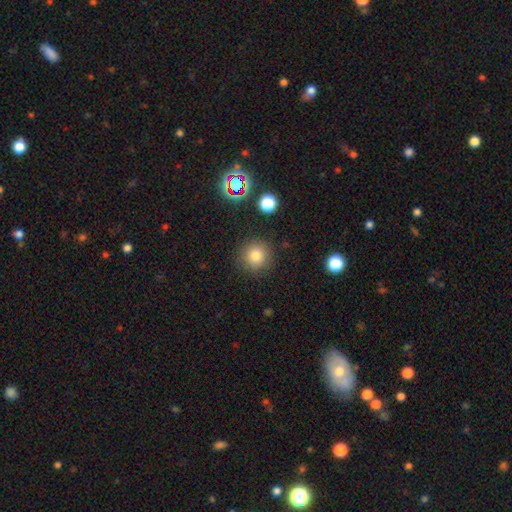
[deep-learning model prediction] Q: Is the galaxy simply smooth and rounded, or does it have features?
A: smooth — 80%.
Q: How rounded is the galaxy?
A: round — 94%.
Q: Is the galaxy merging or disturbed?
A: none — 88%.